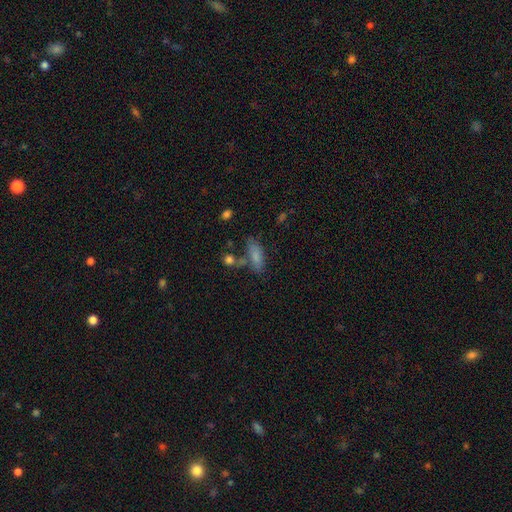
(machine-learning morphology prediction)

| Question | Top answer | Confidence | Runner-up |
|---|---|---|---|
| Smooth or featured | smooth | 80% | featured or disk (12%) |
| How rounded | in between | 74% | cigar-shaped (23%) |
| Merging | none | 56% | minor disturbance (20%) |